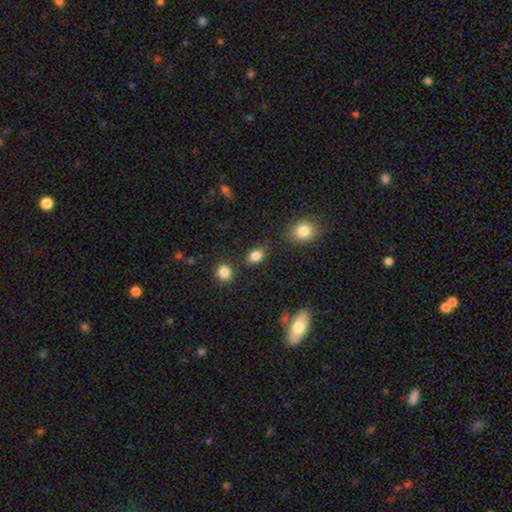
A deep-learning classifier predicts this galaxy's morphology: Smooth or featured? Predicted: smooth (p=0.85). How rounded? Predicted: in between (p=0.81). Merging? Predicted: none (p=0.78).